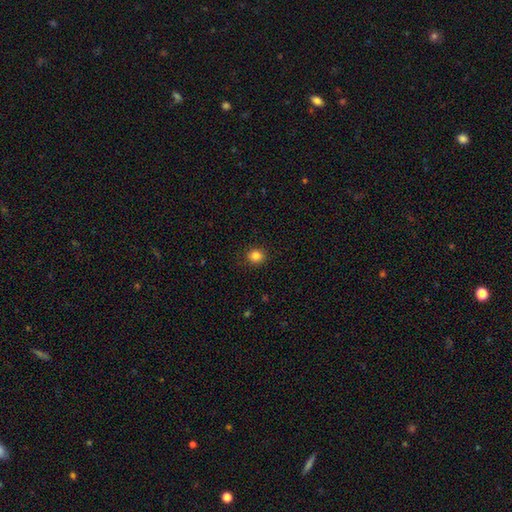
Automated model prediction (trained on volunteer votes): smooth-or-featured: smooth: 84% | star or artifact: 11% | featured or disk: 5%
  how-rounded: round: 85% | in between: 14% | cigar-shaped: 1%
  merging: none: 90% | minor disturbance: 7% | major disturbance: 2% | merger: 1%